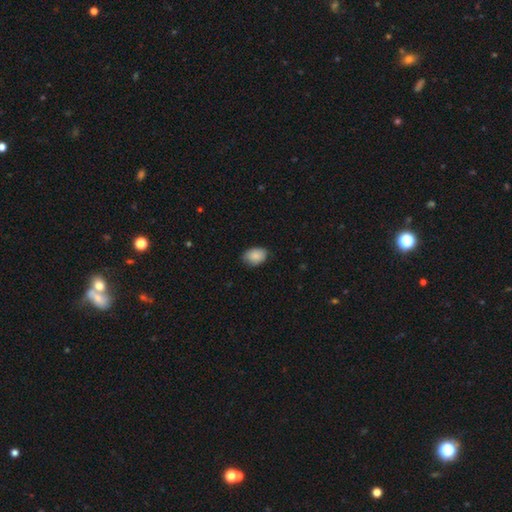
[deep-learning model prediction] Smooth or featured?
  - smooth: 88% *
  - star or artifact: 7%
  - featured or disk: 5%
How rounded?
  - in between: 80% *
  - round: 19%
  - cigar-shaped: 1%
Merging?
  - none: 77% *
  - minor disturbance: 19%
  - major disturbance: 3%
  - merger: 1%